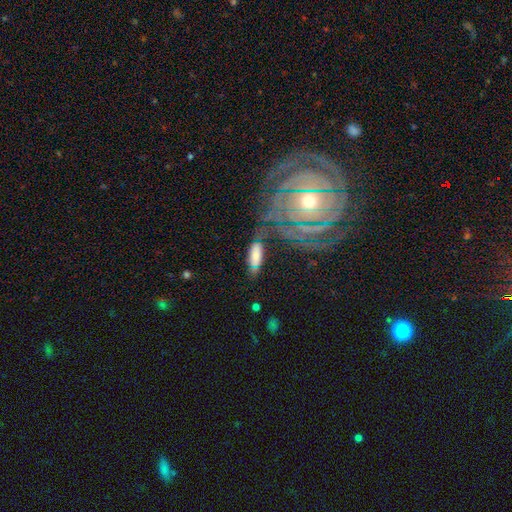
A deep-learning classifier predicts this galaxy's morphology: This appears to be a smooth galaxy with no disk features (67%) that is in between round and cigar-shaped (68%). Merging: none (55%).